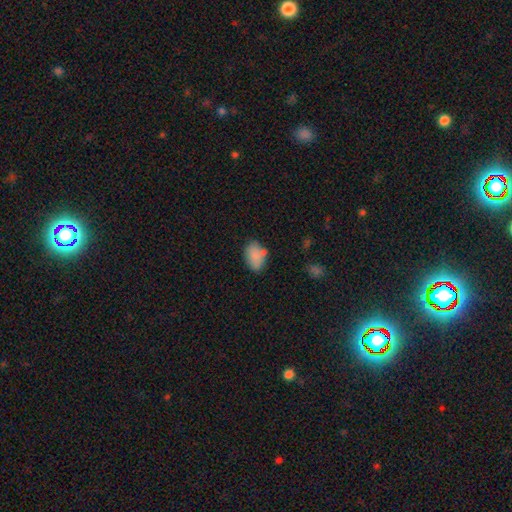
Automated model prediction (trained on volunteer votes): Smooth or featured? Predicted: smooth (p=0.83). How rounded? Predicted: in between (p=0.87). Merging? Predicted: none (p=0.64).